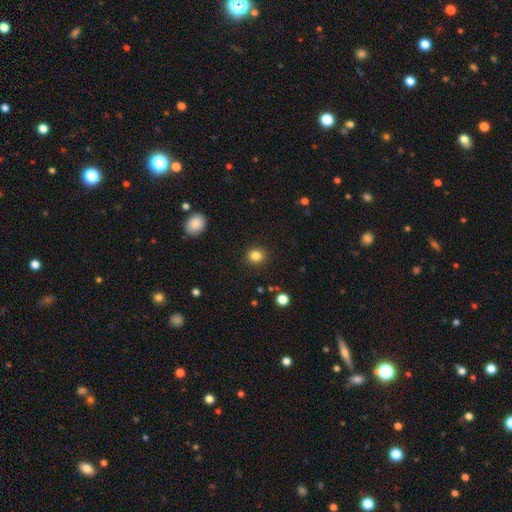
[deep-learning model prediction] A smooth galaxy with no disk features (84%) that is round (86%). Merging: none (91%).